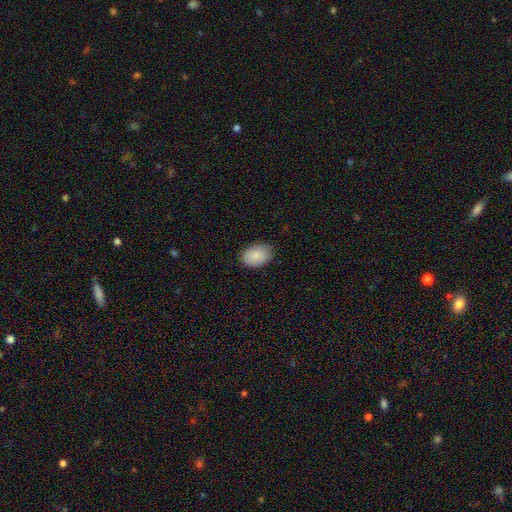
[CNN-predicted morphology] A smooth galaxy with no disk features (88%) that is in between round and cigar-shaped (82%). Merging: none (82%).